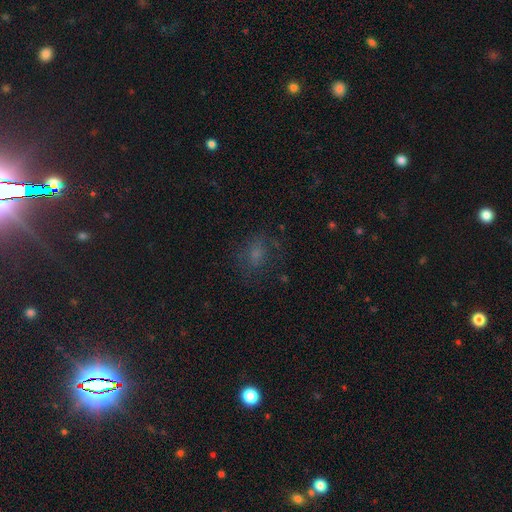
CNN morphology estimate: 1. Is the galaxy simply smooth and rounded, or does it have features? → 57% smooth, 24% star or artifact, 19% featured or disk.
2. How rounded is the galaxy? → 53% in between, 45% round, 2% cigar-shaped.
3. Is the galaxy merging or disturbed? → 65% none, 18% minor disturbance, 15% major disturbance, 2% merger.